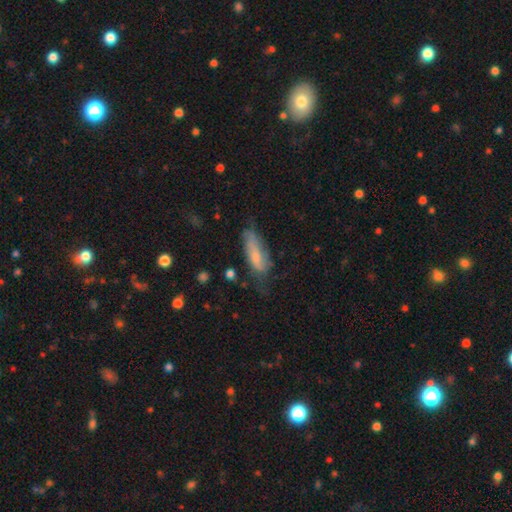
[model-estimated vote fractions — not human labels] smooth_or_featured: smooth (p=0.56) [alt: featured or disk p=0.36]
how_rounded: in between (p=0.63) [alt: cigar-shaped p=0.35]
merging: none (p=0.49) [alt: minor disturbance p=0.32]